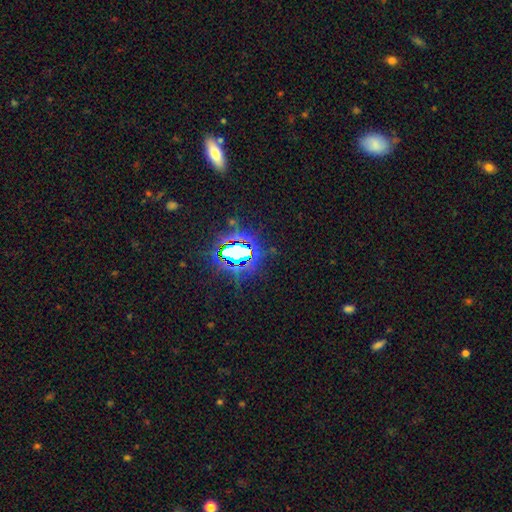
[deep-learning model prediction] Smooth or featured? star or artifact (80%)